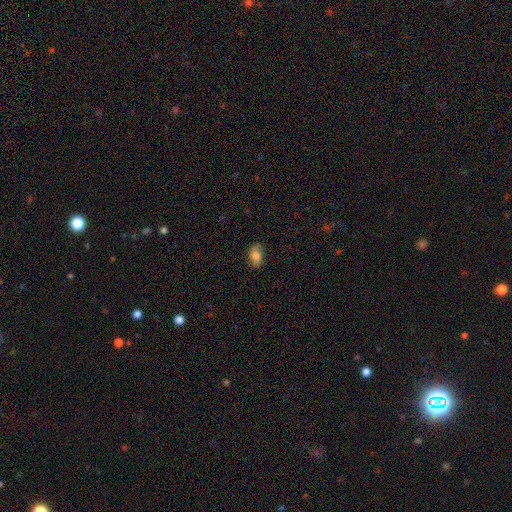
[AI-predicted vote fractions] Smooth or featured?
  - smooth: 68% *
  - featured or disk: 23%
  - star or artifact: 9%
How rounded?
  - in between: 87% *
  - round: 11%
  - cigar-shaped: 3%
Merging?
  - none: 77% *
  - minor disturbance: 17%
  - major disturbance: 4%
  - merger: 1%